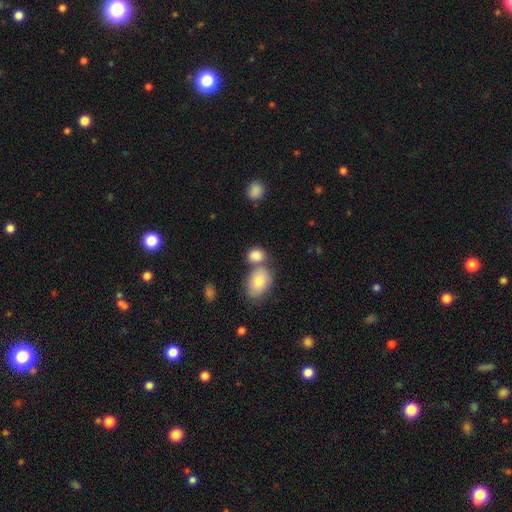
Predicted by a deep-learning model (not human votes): Smooth or featured? smooth (84%)
How rounded? in between (64%)
Merging? none (43%)